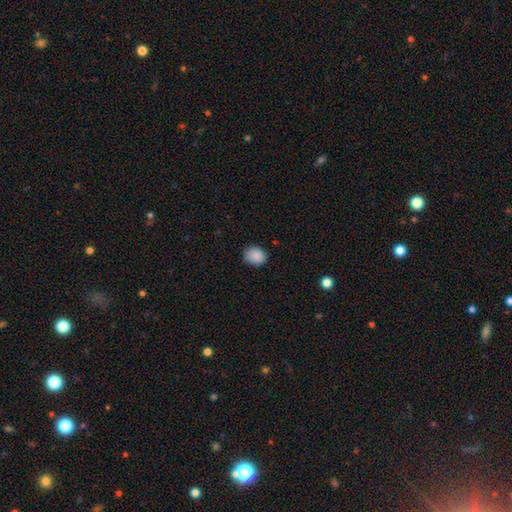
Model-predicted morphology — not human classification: type=smooth (88%); roundness=round (59%); merging=none (83%).